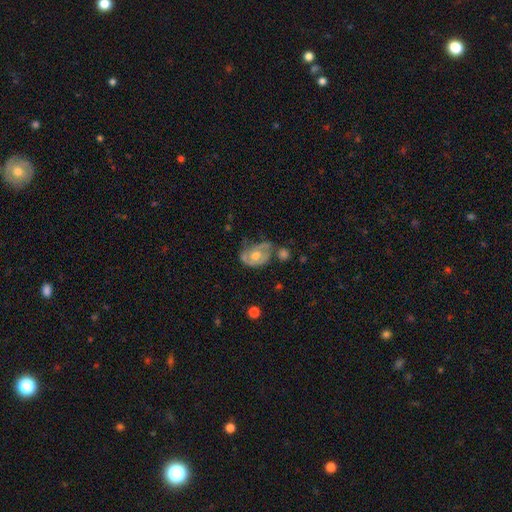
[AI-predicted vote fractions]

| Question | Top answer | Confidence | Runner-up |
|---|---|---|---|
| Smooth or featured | featured or disk | 64% | smooth (29%) |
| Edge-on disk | no | 96% | yes (4%) |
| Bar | no | 77% | weak (19%) |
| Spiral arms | yes | 64% | no (36%) |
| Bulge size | moderate | 74% | small (16%) |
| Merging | none | 37% | minor disturbance (30%) |